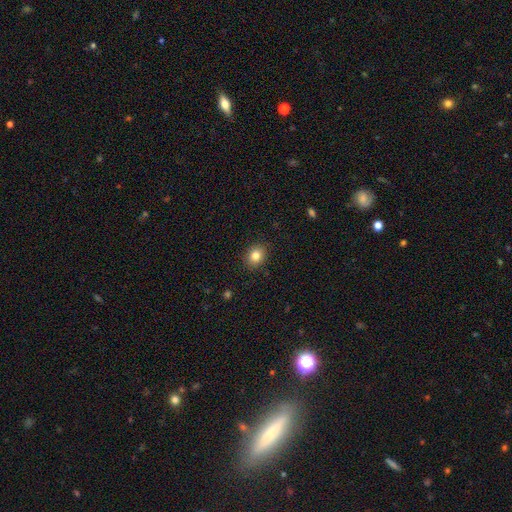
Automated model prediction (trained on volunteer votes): smooth_or_featured: smooth (p=0.83) [alt: star or artifact p=0.10]
how_rounded: round (p=0.63) [alt: in between p=0.36]
merging: none (p=0.90) [alt: minor disturbance p=0.07]